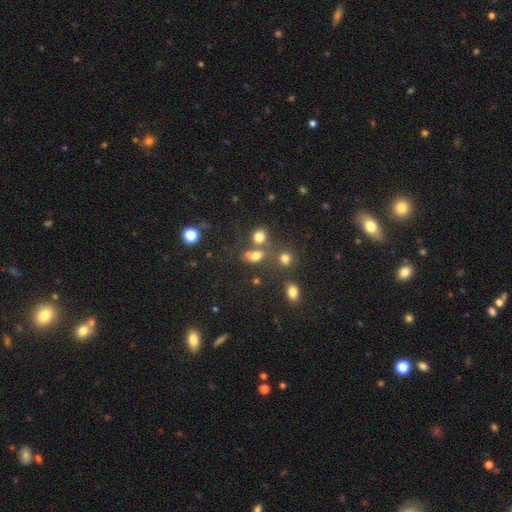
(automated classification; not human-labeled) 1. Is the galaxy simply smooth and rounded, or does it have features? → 69% smooth, 20% star or artifact, 12% featured or disk.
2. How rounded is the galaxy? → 56% round, 42% in between, 2% cigar-shaped.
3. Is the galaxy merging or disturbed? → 46% none, 36% merger, 11% minor disturbance, 7% major disturbance.